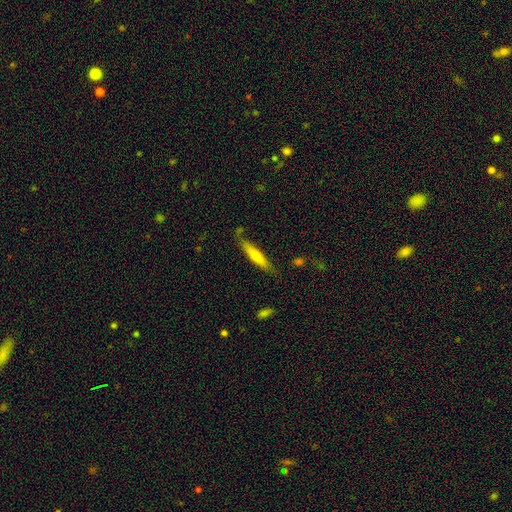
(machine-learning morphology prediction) Q: Smooth or featured?
A: smooth (57%); runner-up: featured or disk (37%)
Q: How rounded?
A: cigar-shaped (89%); runner-up: in between (9%)
Q: Merging?
A: none (78%); runner-up: minor disturbance (16%)